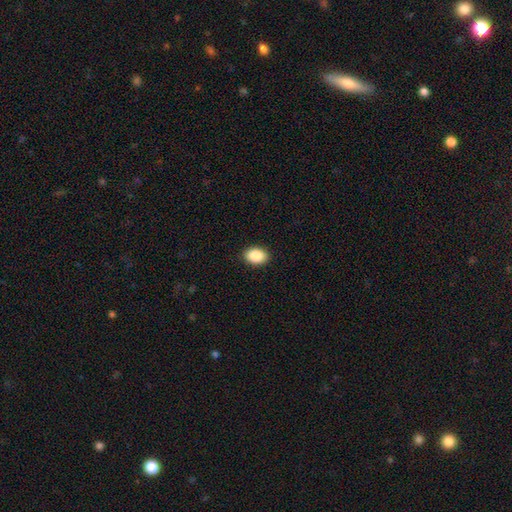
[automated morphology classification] A smooth galaxy with no disk features (89%) that is in between round and cigar-shaped (82%). Merging: none (90%).